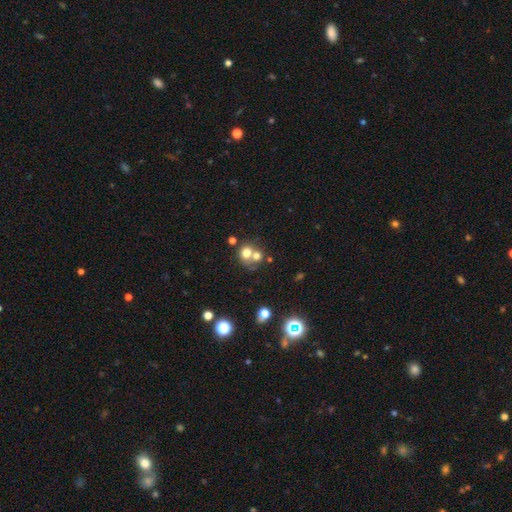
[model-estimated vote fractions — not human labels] This is likely a smooth galaxy (69%). How rounded: likely round (79%). Merging: possibly merger (50%).